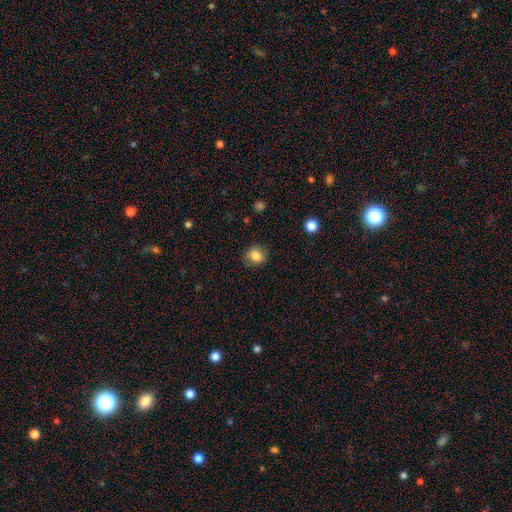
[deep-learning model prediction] smooth-or-featured: smooth: 81% | star or artifact: 9% | featured or disk: 9%
  how-rounded: round: 57% | in between: 42% | cigar-shaped: 1%
  merging: none: 82% | minor disturbance: 13% | major disturbance: 4% | merger: 1%